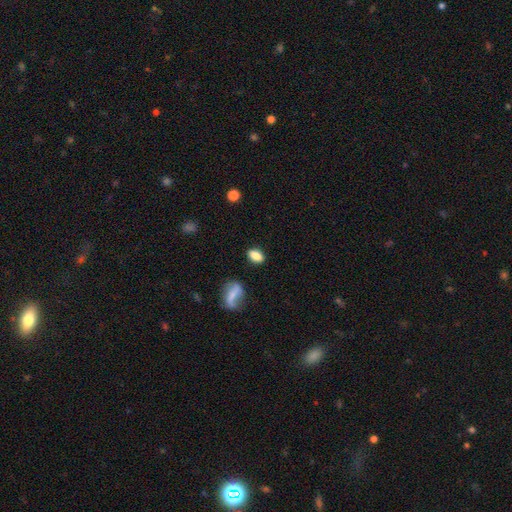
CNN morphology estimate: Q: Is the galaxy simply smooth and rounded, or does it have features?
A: smooth — 83%.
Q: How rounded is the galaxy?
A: in between — 85%.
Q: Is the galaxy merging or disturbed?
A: none — 82%.